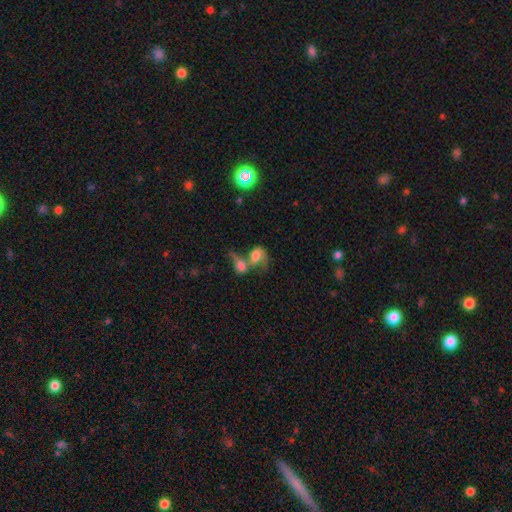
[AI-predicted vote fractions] Smooth or featured?
  - smooth: 55% *
  - featured or disk: 33%
  - star or artifact: 12%
How rounded?
  - in between: 69% *
  - round: 28%
  - cigar-shaped: 3%
Merging?
  - merger: 74% *
  - none: 11%
  - major disturbance: 10%
  - minor disturbance: 6%